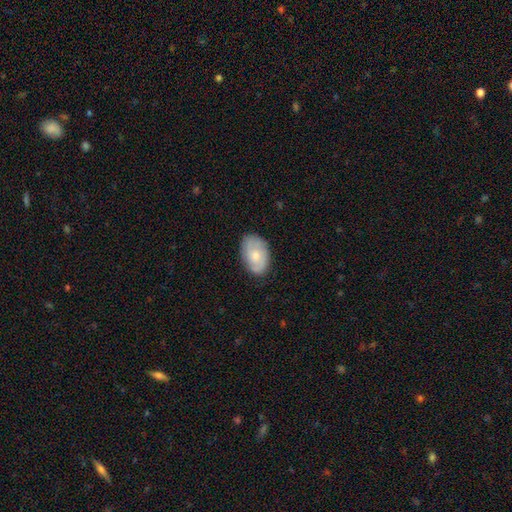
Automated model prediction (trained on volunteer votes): smooth_or_featured: smooth (p=0.54) [alt: featured or disk p=0.40]
how_rounded: in between (p=0.88) [alt: round p=0.11]
merging: none (p=0.79) [alt: minor disturbance p=0.17]